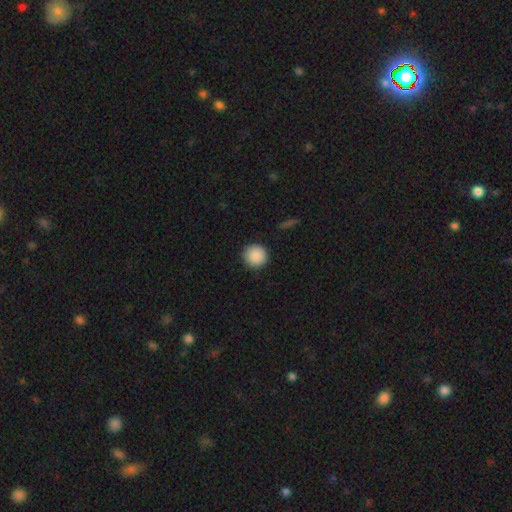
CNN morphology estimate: Smooth or featured: smooth — 88% (star or artifact — 8%)
How rounded: round — 96% (in between — 3%)
Merging: none — 92% (minor disturbance — 5%)